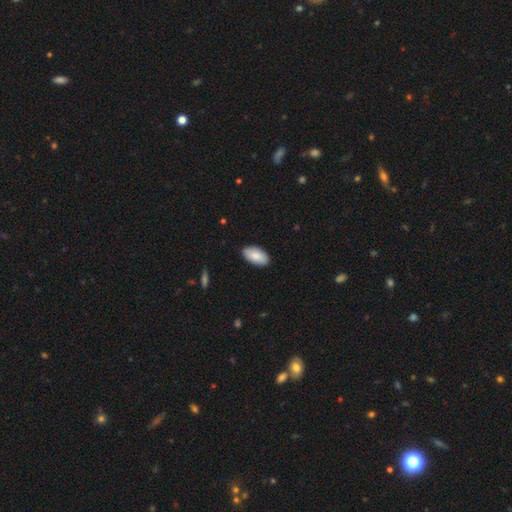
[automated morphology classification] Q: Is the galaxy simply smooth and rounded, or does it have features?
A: smooth — 86%.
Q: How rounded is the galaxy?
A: in between — 96%.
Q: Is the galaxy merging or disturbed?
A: none — 88%.